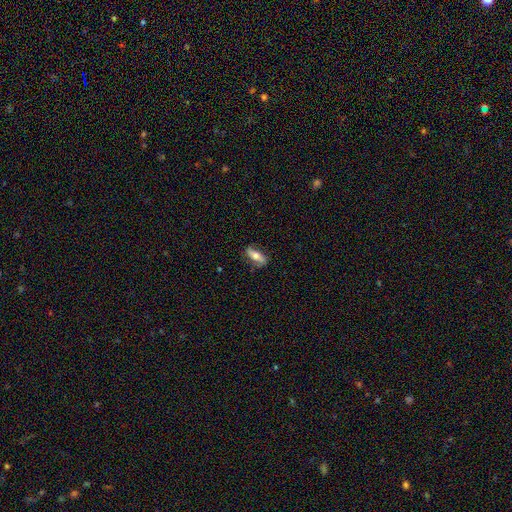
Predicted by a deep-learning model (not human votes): This appears to be a featured or disk galaxy (49%). Merging: none (75%).